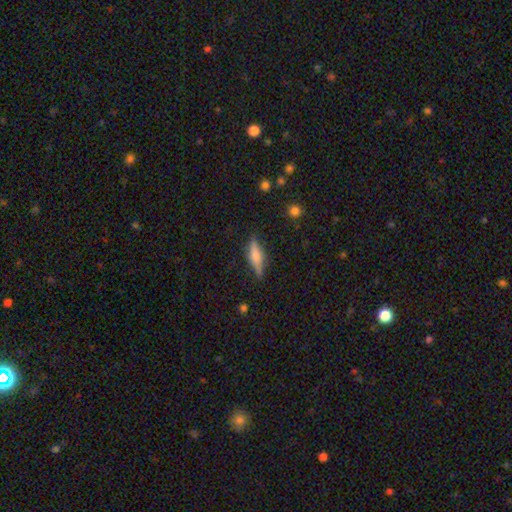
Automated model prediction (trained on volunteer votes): This is possibly a smooth galaxy (51%). How rounded: likely cigar-shaped (61%). Merging: likely none (80%).